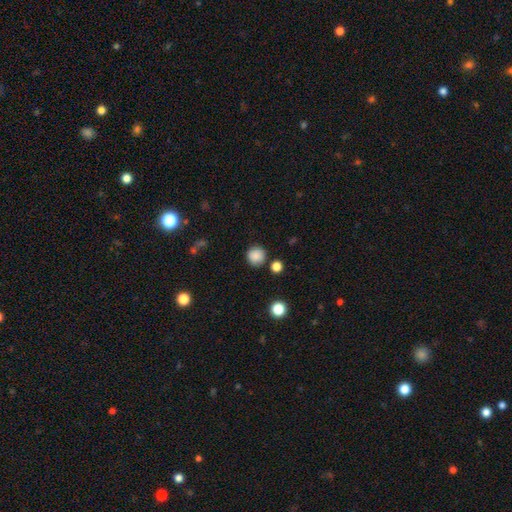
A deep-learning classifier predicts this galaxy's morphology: The model was most divided on "merging": none: 84%, minor disturbance: 9%, merger: 4%, major disturbance: 3%. More confident: how rounded — round (93%); smooth or featured — smooth (86%).